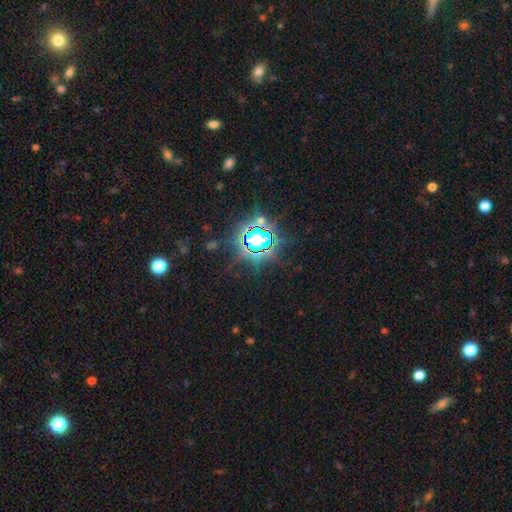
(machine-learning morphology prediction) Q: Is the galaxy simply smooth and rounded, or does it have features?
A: star or artifact — 80%.